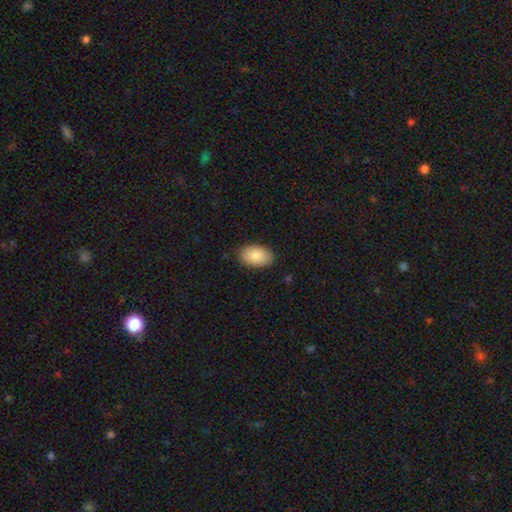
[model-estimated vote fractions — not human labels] smooth-or-featured: smooth: 87% | featured or disk: 6% | star or artifact: 6%
  how-rounded: in between: 92% | round: 7% | cigar-shaped: 1%
  merging: none: 87% | minor disturbance: 10% | major disturbance: 2% | merger: 1%